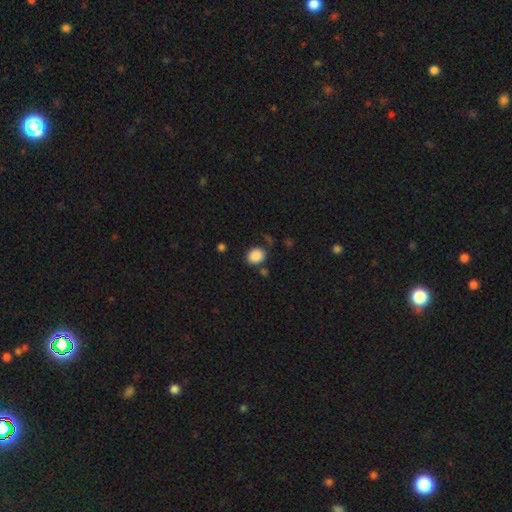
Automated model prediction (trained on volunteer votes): Q: Smooth or featured?
A: smooth (87%); runner-up: star or artifact (9%)
Q: How rounded?
A: round (51%); runner-up: in between (48%)
Q: Merging?
A: none (77%); runner-up: minor disturbance (13%)